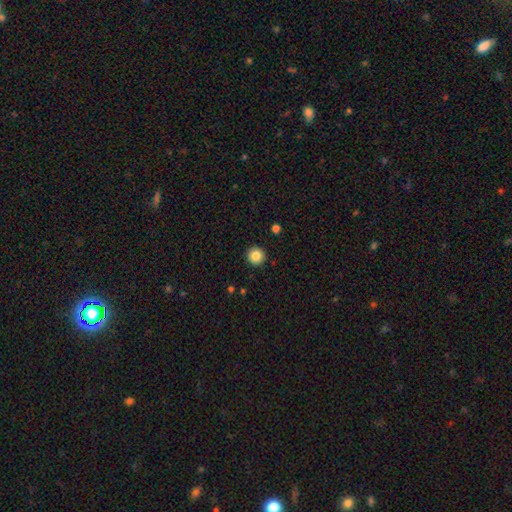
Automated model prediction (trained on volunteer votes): Overall: smooth (85%). How rounded: round (96%). Merging: none (93%).